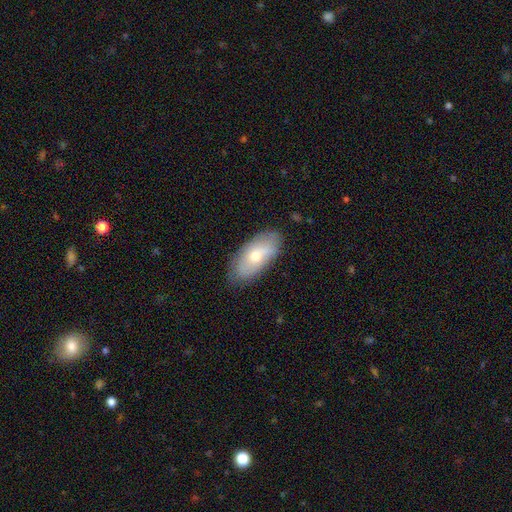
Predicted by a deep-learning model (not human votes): This appears to be a smooth galaxy with no disk features (60%) that is in between round and cigar-shaped (90%). Merging: none (78%).